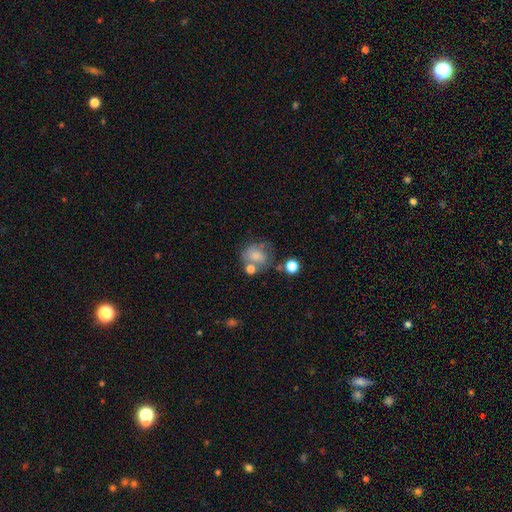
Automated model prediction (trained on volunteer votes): Q: Smooth or featured?
A: smooth (67%); runner-up: featured or disk (22%)
Q: How rounded?
A: round (66%); runner-up: in between (33%)
Q: Merging?
A: none (46%); runner-up: minor disturbance (22%)